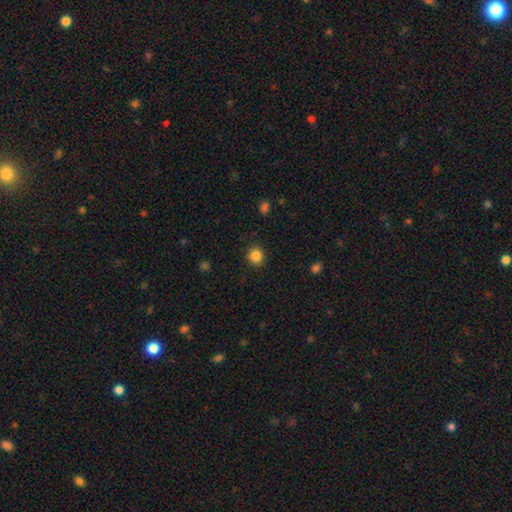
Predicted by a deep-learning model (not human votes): smooth_or_featured: smooth (p=0.85) [alt: star or artifact p=0.11]
how_rounded: round (p=0.86) [alt: in between p=0.13]
merging: none (p=0.87) [alt: minor disturbance p=0.09]